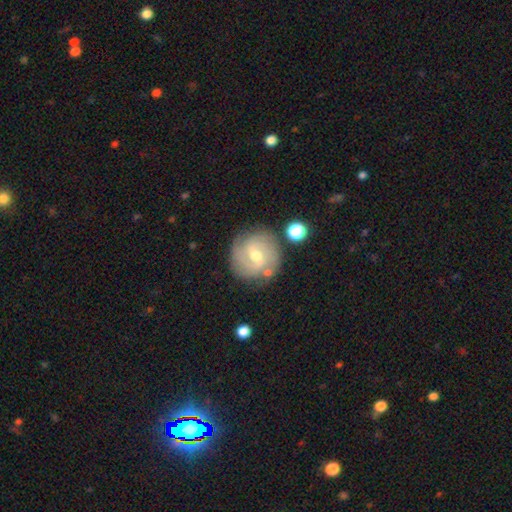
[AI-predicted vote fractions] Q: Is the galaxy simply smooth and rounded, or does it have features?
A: featured or disk — 77%.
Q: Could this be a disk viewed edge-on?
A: no — 97%.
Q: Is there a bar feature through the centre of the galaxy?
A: weak — 59%.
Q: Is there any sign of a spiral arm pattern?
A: yes — 93%.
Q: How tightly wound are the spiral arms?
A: tight — 54%.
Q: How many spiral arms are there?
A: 2 — 46%.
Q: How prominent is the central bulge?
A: moderate — 59%.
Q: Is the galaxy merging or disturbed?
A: none — 76%.